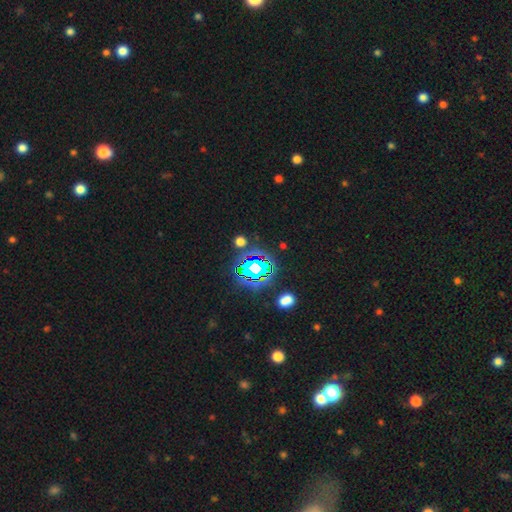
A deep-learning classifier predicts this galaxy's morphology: A star or artifact, not a galaxy (81%).